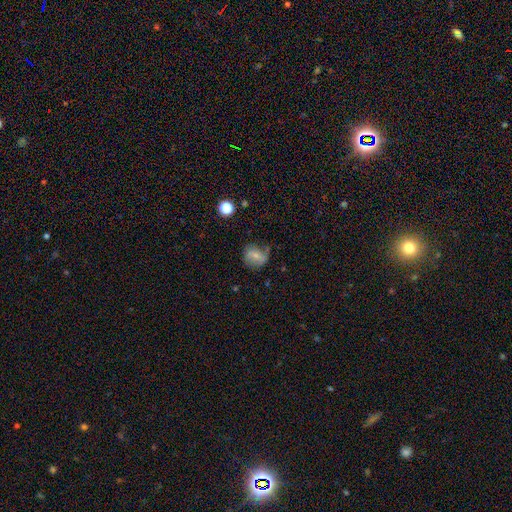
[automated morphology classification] Smooth or featured?
  - smooth: 57% *
  - featured or disk: 33%
  - star or artifact: 11%
How rounded?
  - round: 59% *
  - in between: 39%
  - cigar-shaped: 2%
Merging?
  - none: 57% *
  - minor disturbance: 28%
  - major disturbance: 12%
  - merger: 3%